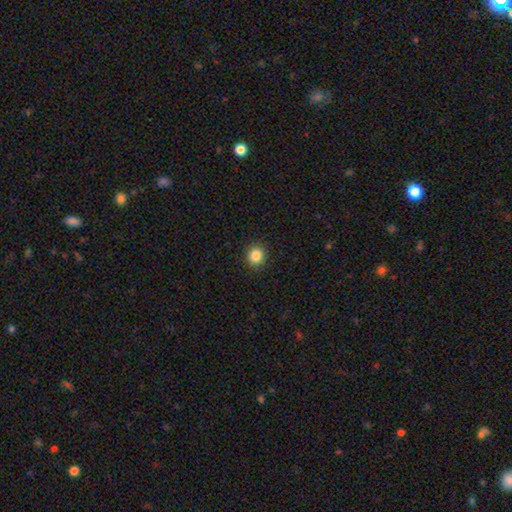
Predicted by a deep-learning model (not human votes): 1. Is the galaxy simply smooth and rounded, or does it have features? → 86% smooth, 10% star or artifact, 4% featured or disk.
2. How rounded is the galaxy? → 88% round, 11% in between, 1% cigar-shaped.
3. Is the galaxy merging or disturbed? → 92% none, 5% minor disturbance, 2% major disturbance, 1% merger.